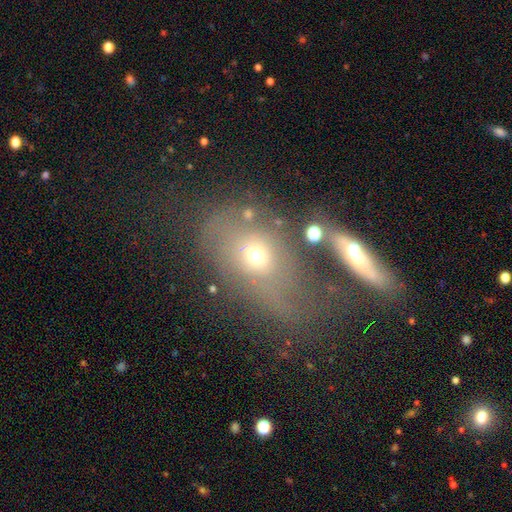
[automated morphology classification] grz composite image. It shows a smooth galaxy with no disk features (55%) that is in between round and cigar-shaped (60%). Merging: major disturbance (30%).